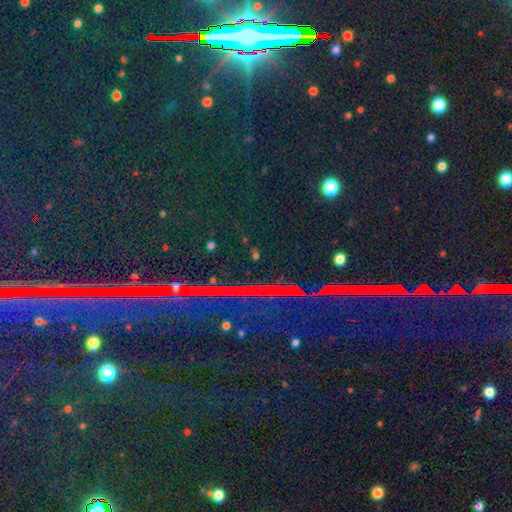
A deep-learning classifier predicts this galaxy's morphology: type=star or artifact (84%).